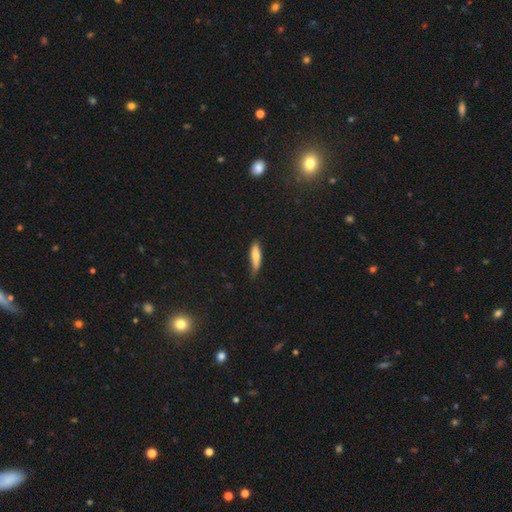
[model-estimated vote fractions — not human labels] Morphology: type=smooth (75%); roundness=cigar-shaped (70%); merging=none (67%).